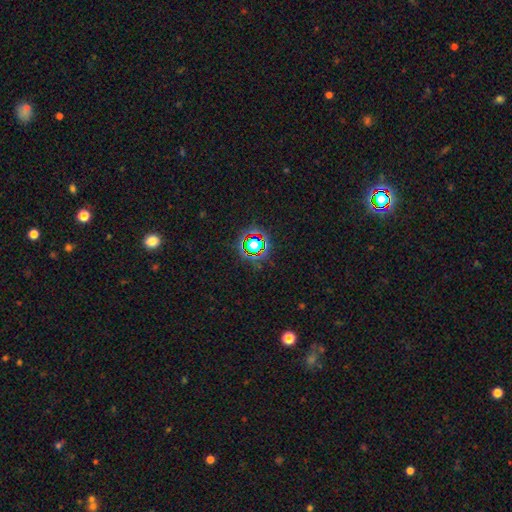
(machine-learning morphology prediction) This appears to be a star or artifact, not a galaxy (76%).